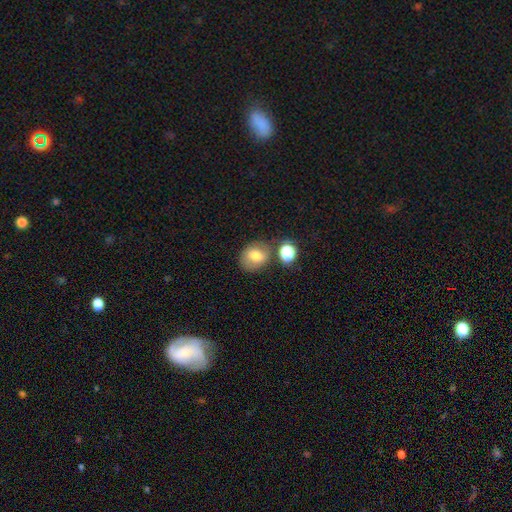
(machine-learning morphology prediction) type=smooth (68%); roundness=round (59%); merging=none (66%).